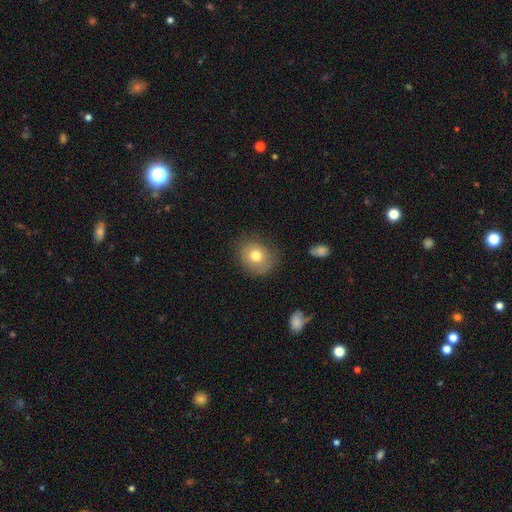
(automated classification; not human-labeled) A smooth galaxy with no disk features (74%) that is round (67%).

Vote fractions:
- Smooth or featured? smooth: 74% / featured or disk: 17% / star or artifact: 9%
- How rounded? round: 67% / in between: 32% / cigar-shaped: 1%
- Merging? none: 77% / minor disturbance: 16% / major disturbance: 5% / merger: 2%